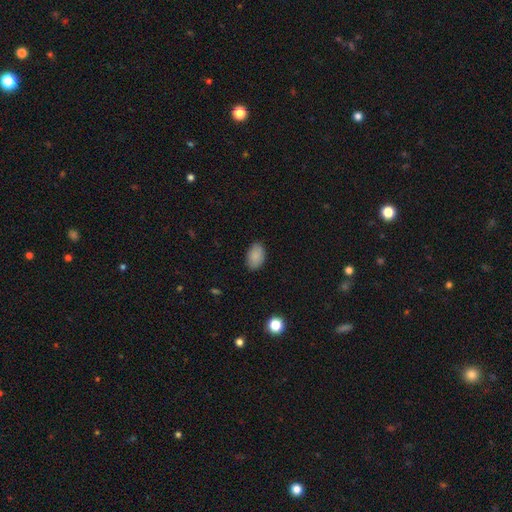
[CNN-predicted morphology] The model was most divided on "merging": none: 84%, minor disturbance: 12%, major disturbance: 3%, merger: 1%. More confident: how rounded — in between (90%); smooth or featured — smooth (88%).